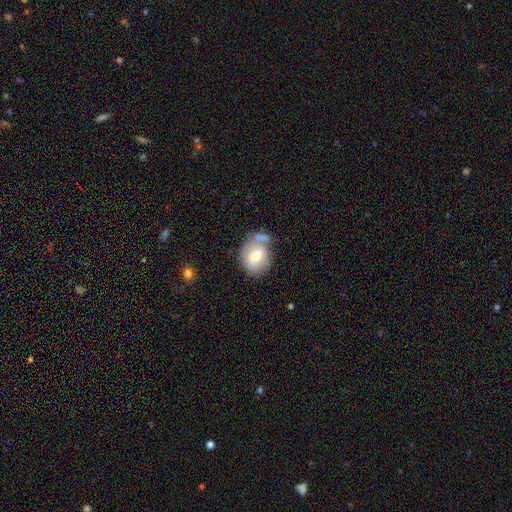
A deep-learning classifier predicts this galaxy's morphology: type=smooth (65%); roundness=round (64%); merging=none (43%).